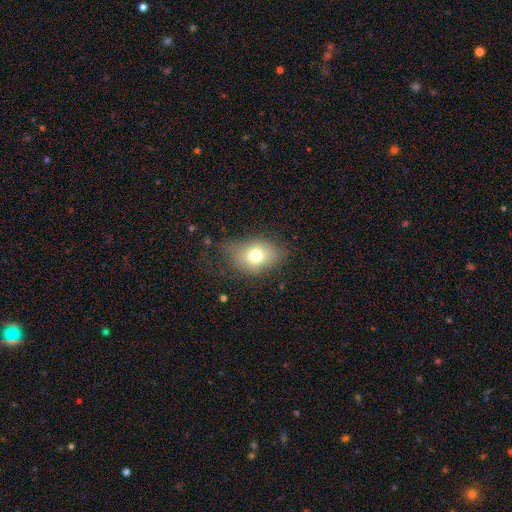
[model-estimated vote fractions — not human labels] Overall: smooth (73%). How rounded: in between (70%). Merging: none (57%; minor disturbance 27%).